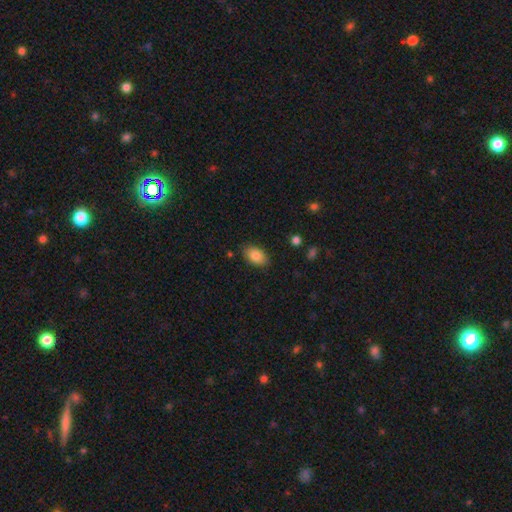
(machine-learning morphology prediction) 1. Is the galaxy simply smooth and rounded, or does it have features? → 84% smooth, 9% featured or disk, 8% star or artifact.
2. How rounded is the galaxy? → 90% in between, 8% round, 1% cigar-shaped.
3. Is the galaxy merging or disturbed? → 86% none, 11% minor disturbance, 2% major disturbance, 1% merger.